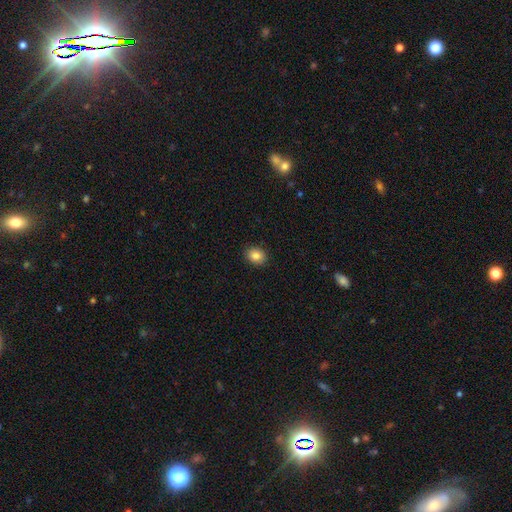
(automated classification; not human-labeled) smooth 85%, star or artifact 9%, featured or disk 6%. Down the decision tree: how rounded — in between (54%); merging — none (90%).